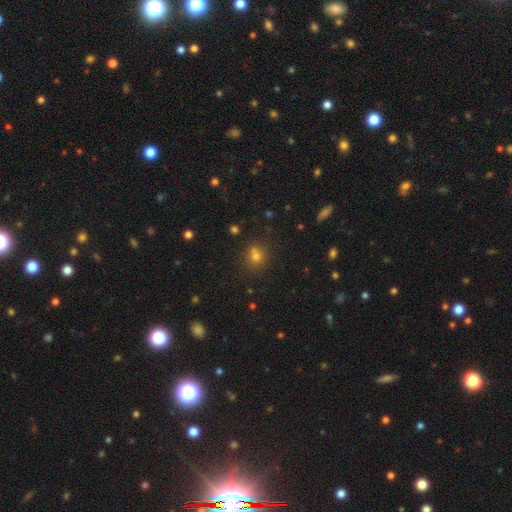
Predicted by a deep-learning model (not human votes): Q: Smooth or featured?
A: smooth (67%); runner-up: star or artifact (23%)
Q: How rounded?
A: round (82%); runner-up: in between (17%)
Q: Merging?
A: none (64%); runner-up: merger (23%)